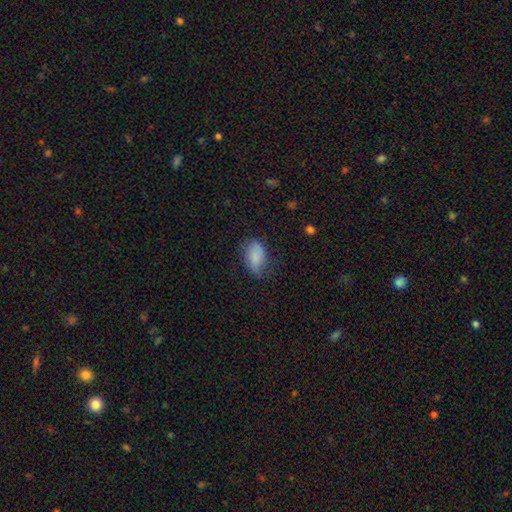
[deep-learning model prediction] smooth_or_featured: smooth (p=0.78) [alt: featured or disk p=0.14]
how_rounded: in between (p=0.92) [alt: round p=0.07]
merging: none (p=0.51) [alt: minor disturbance p=0.33]